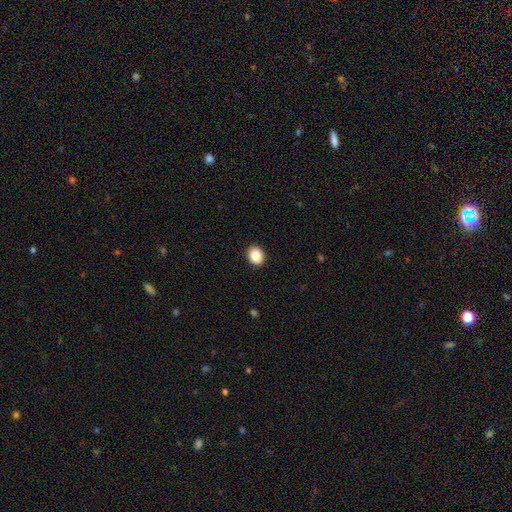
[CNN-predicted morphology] smooth_or_featured: smooth (p=0.88) [alt: star or artifact p=0.09]
how_rounded: round (p=0.57) [alt: in between p=0.42]
merging: none (p=0.91) [alt: minor disturbance p=0.06]